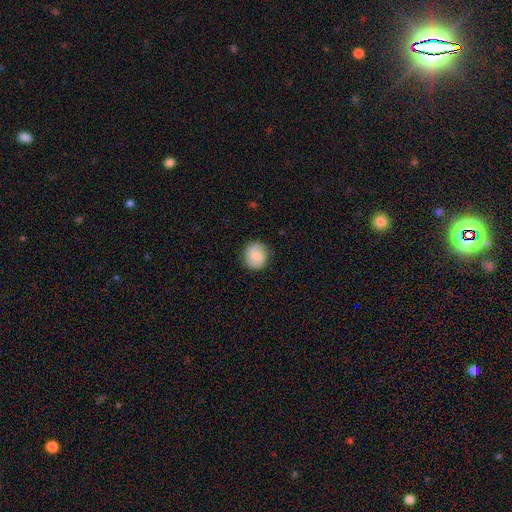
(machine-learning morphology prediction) Smooth or featured?
  - smooth: 70% *
  - featured or disk: 23%
  - star or artifact: 7%
How rounded?
  - round: 83% *
  - in between: 17%
  - cigar-shaped: 1%
Merging?
  - none: 79% *
  - minor disturbance: 16%
  - major disturbance: 4%
  - merger: 1%